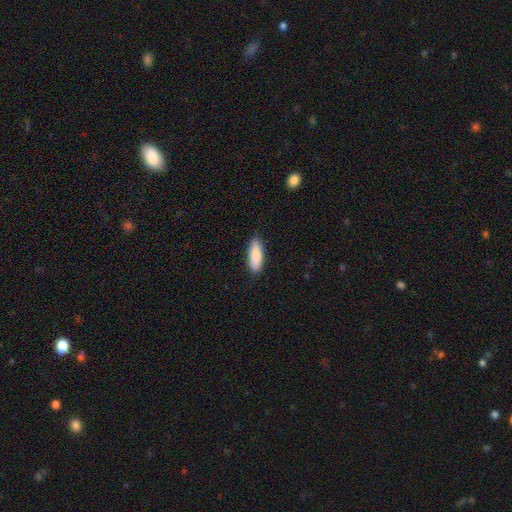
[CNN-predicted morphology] type=smooth (87%); roundness=in between (62%); merging=none (88%).